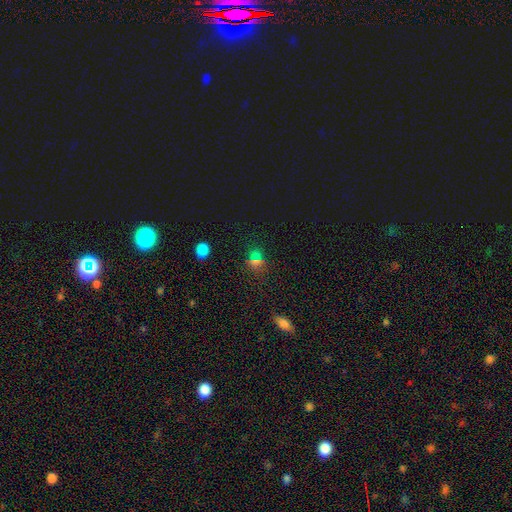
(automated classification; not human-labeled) smooth-or-featured: smooth: 54% | star or artifact: 39% | featured or disk: 8%
  how-rounded: round: 66% | in between: 30% | cigar-shaped: 4%
  merging: none: 80% | minor disturbance: 10% | merger: 5% | major disturbance: 5%